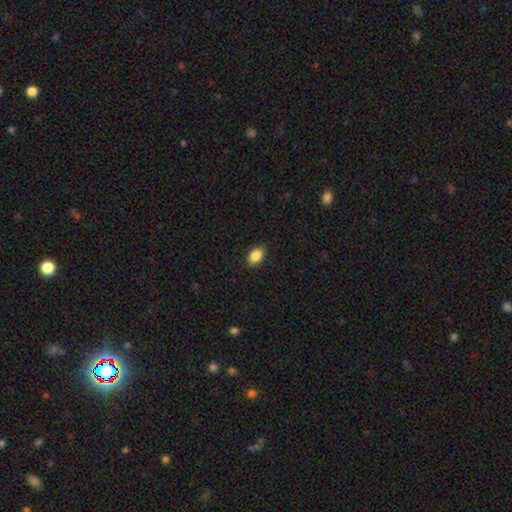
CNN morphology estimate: The model was most divided on "how rounded": in between: 88%, round: 10%, cigar-shaped: 2%. More confident: merging — none (89%); smooth or featured — smooth (86%).